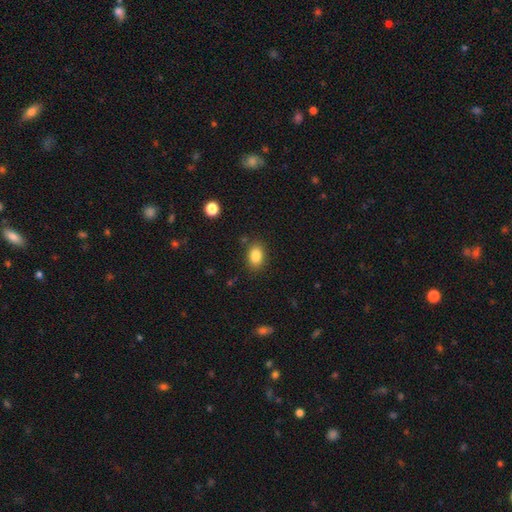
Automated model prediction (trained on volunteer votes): Smooth or featured: smooth — 85% (star or artifact — 9%)
How rounded: in between — 79% (round — 20%)
Merging: none — 83% (minor disturbance — 11%)